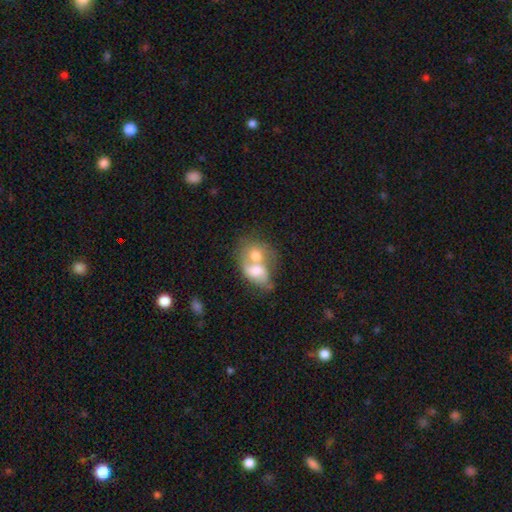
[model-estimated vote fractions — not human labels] This appears to be a smooth galaxy with no disk features (58%) that is in between round and cigar-shaped (62%). Merging: merger (79%).